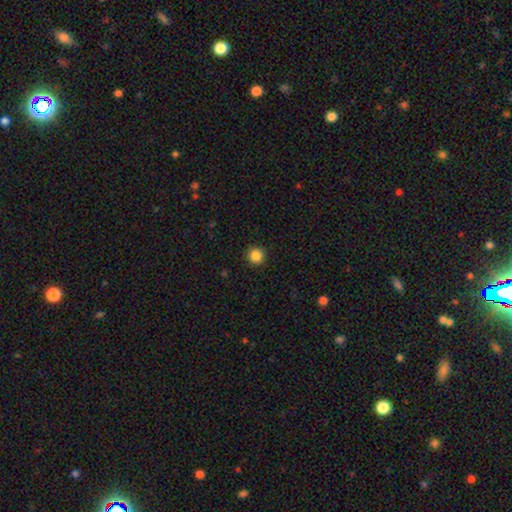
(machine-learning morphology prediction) The model was most divided on "smooth or featured": smooth: 86%, star or artifact: 11%, featured or disk: 3%. More confident: how rounded — round (95%); merging — none (93%).